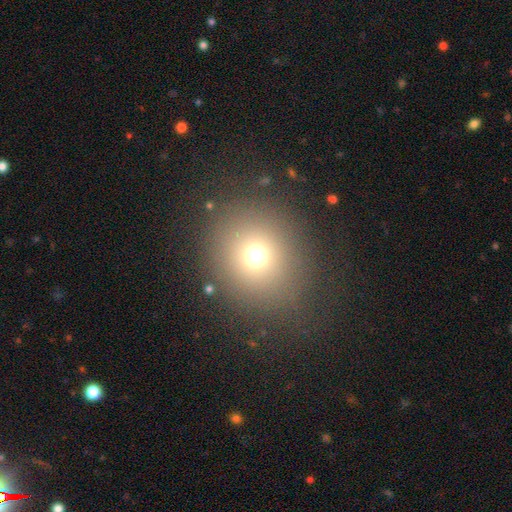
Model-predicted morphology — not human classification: A smooth galaxy with no disk features (70%) that is round (83%). Merging: none (84%).